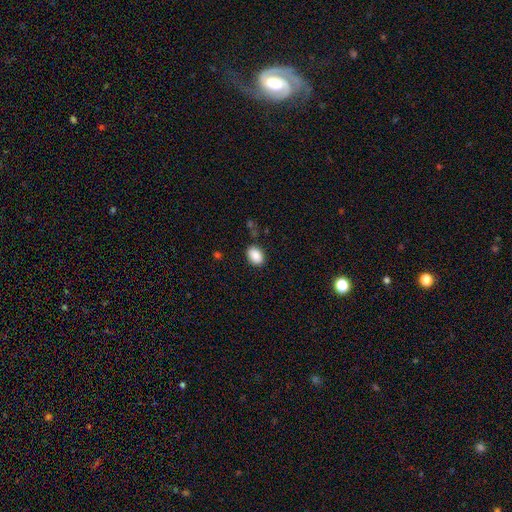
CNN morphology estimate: A smooth galaxy with no disk features (88%) that is in between round and cigar-shaped (77%).

Vote fractions:
- Smooth or featured? smooth: 88% / star or artifact: 7% / featured or disk: 4%
- How rounded? in between: 77% / round: 22% / cigar-shaped: 1%
- Merging? none: 84% / minor disturbance: 12% / major disturbance: 3% / merger: 2%